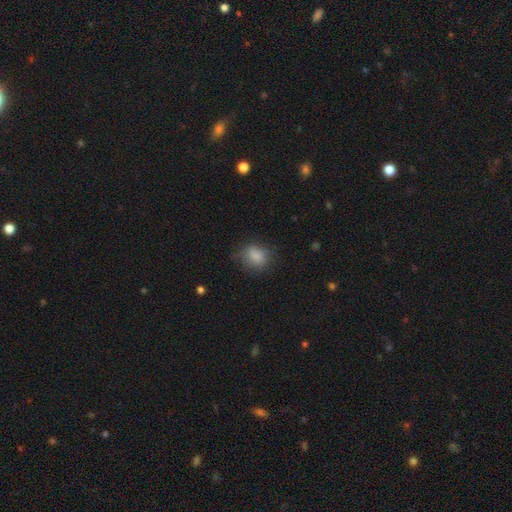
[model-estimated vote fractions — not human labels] Smooth or featured? Predicted: smooth (p=0.81). How rounded? Predicted: in between (p=0.50). Merging? Predicted: none (p=0.59).